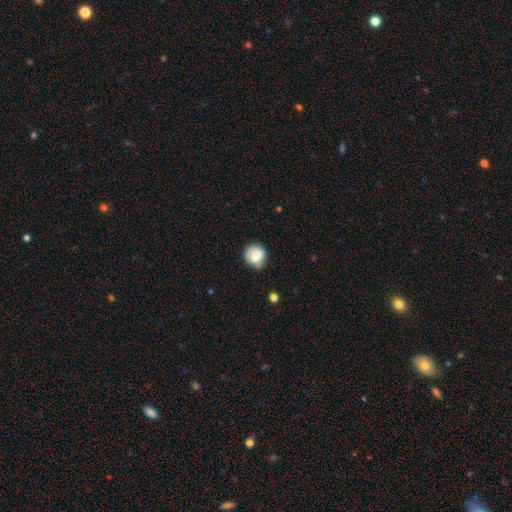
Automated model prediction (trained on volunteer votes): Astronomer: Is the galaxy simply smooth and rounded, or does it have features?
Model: smooth — 72%.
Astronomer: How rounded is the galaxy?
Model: round — 83%.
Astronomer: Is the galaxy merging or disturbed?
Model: none — 59%.